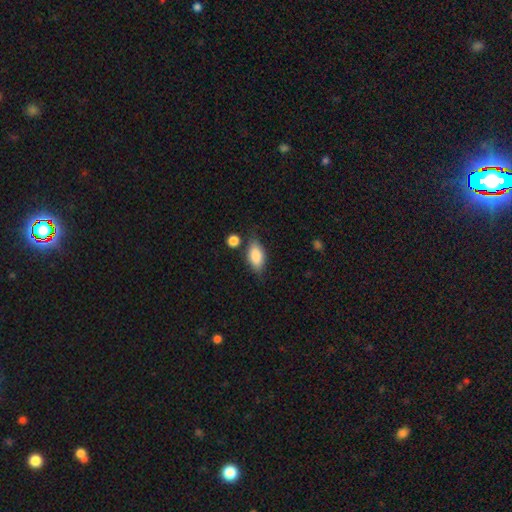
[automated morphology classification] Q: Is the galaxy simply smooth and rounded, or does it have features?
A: smooth — 82%.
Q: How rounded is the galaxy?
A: in between — 87%.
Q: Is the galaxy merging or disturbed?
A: none — 70%.